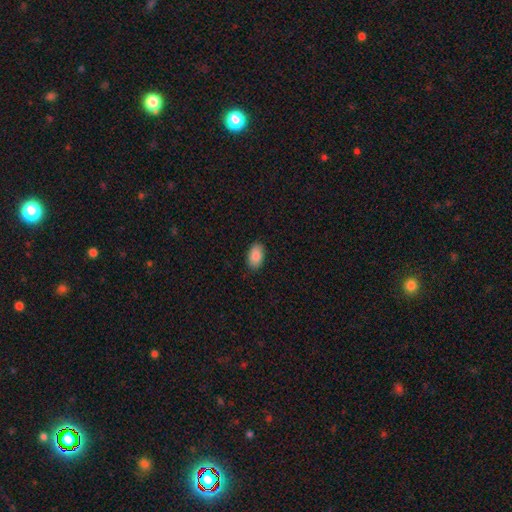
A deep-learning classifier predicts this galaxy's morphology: type=smooth (88%); roundness=in between (92%); merging=none (88%).